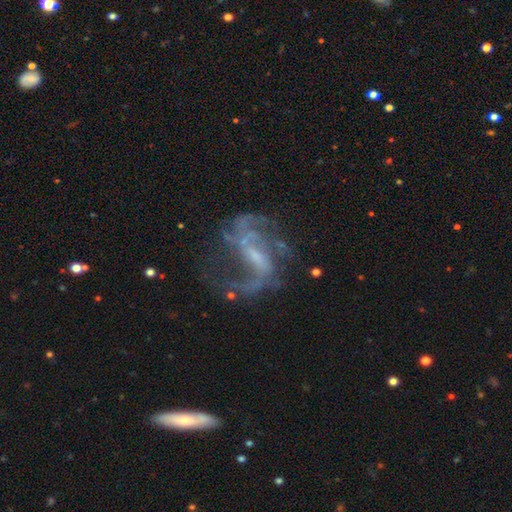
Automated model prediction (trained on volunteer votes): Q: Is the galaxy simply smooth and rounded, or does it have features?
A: featured or disk — 84%.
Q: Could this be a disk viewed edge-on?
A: no — 97%.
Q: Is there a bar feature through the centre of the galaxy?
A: weak — 49%.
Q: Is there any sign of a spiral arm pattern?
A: yes — 90%.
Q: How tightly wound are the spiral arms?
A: loose — 55%.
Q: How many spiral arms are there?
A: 2 — 58%.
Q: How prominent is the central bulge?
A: small — 48%.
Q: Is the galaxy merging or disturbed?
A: none — 51%.